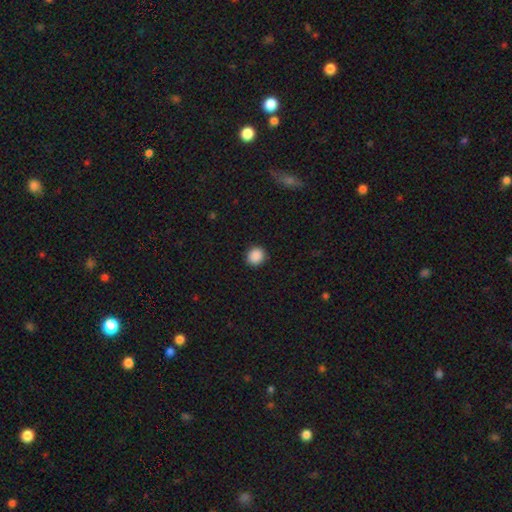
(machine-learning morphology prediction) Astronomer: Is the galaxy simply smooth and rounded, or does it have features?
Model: smooth — 89%.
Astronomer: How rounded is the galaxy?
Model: round — 84%.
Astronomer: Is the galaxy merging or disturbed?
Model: none — 91%.